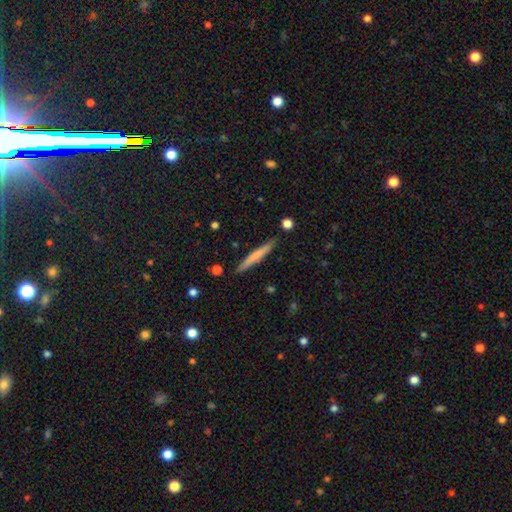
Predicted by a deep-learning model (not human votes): Smooth or featured? smooth (63%)
How rounded? cigar-shaped (96%)
Merging? none (88%)